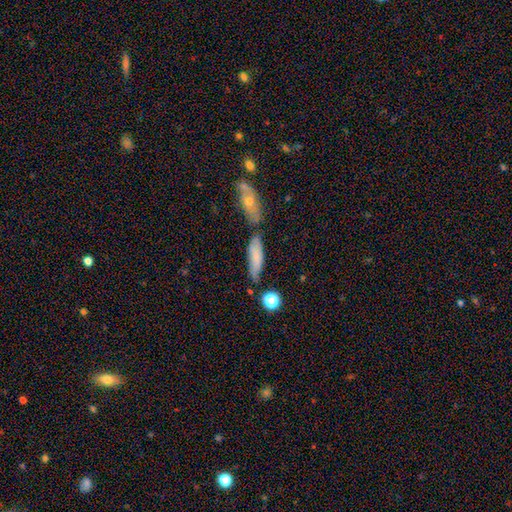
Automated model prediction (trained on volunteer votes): Smooth or featured: smooth — 63% (featured or disk — 27%)
How rounded: cigar-shaped — 62% (in between — 34%)
Merging: none — 61% (merger — 18%)